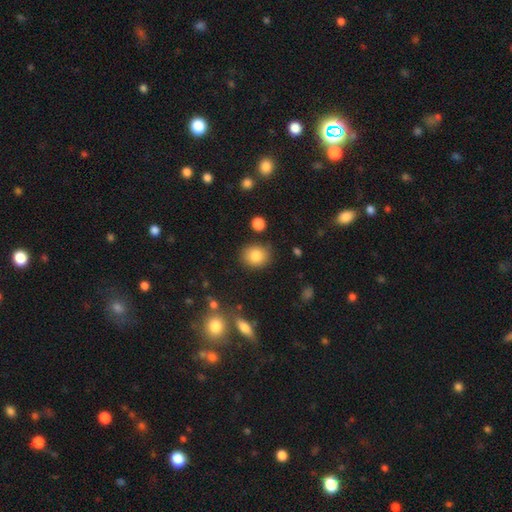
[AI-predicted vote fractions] Smooth or featured? Predicted: smooth (p=0.82). How rounded? Predicted: round (p=0.72). Merging? Predicted: none (p=0.84).